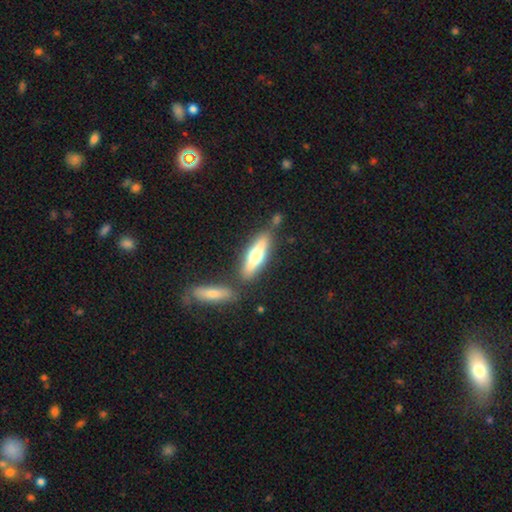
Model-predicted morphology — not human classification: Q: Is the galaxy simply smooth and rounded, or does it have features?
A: featured or disk — 48%.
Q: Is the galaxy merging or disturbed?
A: none — 71%.